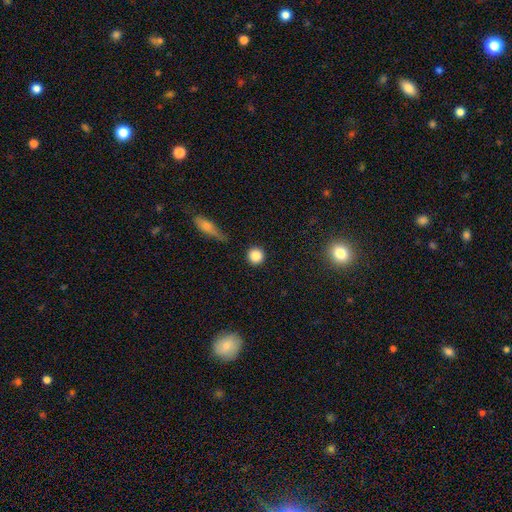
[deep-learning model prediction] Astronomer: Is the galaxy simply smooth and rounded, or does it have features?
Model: smooth — 85%.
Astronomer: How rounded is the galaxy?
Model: round — 94%.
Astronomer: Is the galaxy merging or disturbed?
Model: none — 89%.